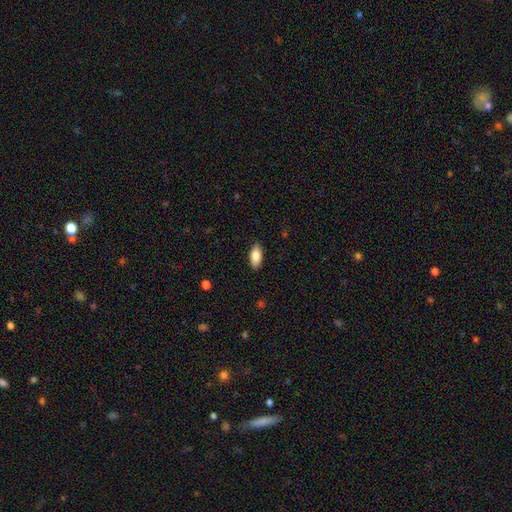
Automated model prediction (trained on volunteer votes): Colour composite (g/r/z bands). It shows a smooth galaxy with no disk features (83%) that is in between round and cigar-shaped (89%). Merging: none (89%).